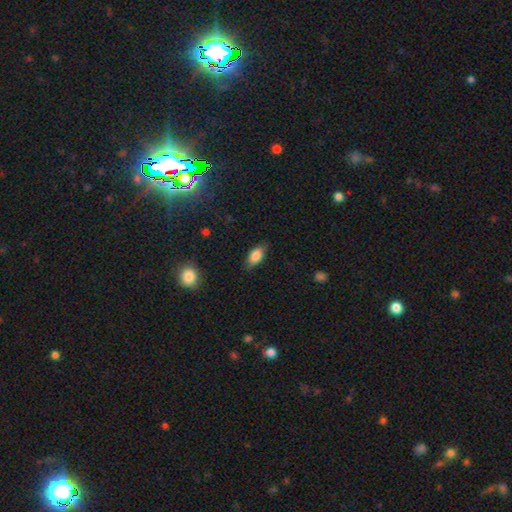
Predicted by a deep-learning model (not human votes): Smooth or featured: smooth — 83% (featured or disk — 9%)
How rounded: in between — 88% (cigar-shaped — 7%)
Merging: none — 82% (minor disturbance — 14%)